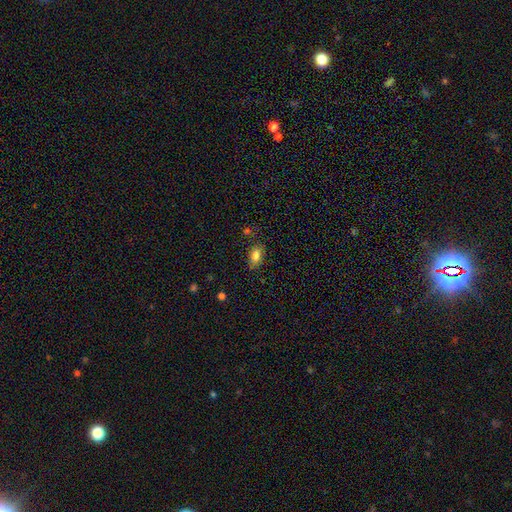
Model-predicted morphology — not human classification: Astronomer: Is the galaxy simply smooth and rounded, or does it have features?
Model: smooth — 82%.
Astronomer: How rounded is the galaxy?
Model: in between — 88%.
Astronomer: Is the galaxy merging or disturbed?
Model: none — 78%.